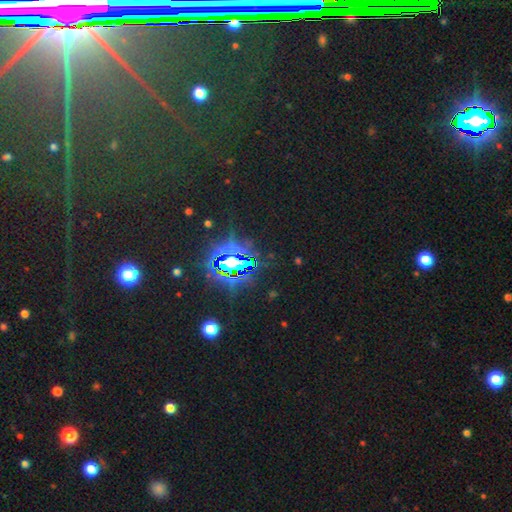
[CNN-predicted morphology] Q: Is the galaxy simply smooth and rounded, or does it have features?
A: star or artifact — 83%.